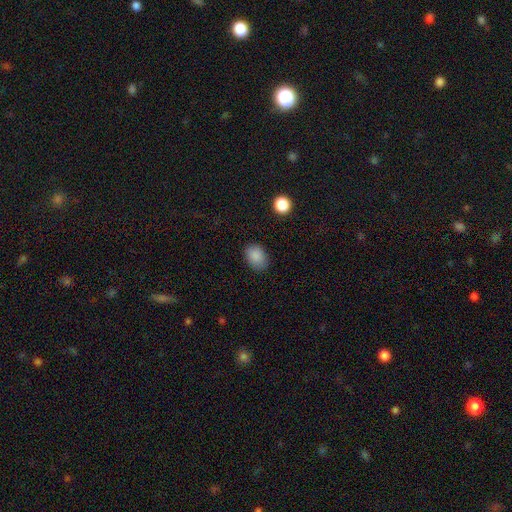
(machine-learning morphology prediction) Smooth or featured?
  - smooth: 87% *
  - star or artifact: 9%
  - featured or disk: 4%
How rounded?
  - in between: 75% *
  - round: 24%
  - cigar-shaped: 1%
Merging?
  - none: 82% *
  - minor disturbance: 13%
  - major disturbance: 3%
  - merger: 1%